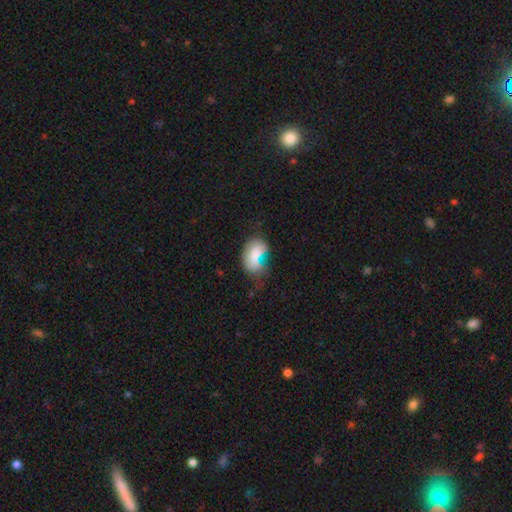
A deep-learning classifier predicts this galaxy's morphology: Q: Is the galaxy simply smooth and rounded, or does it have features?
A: smooth — 71%.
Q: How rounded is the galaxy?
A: in between — 84%.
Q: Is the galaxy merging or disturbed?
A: none — 33%.